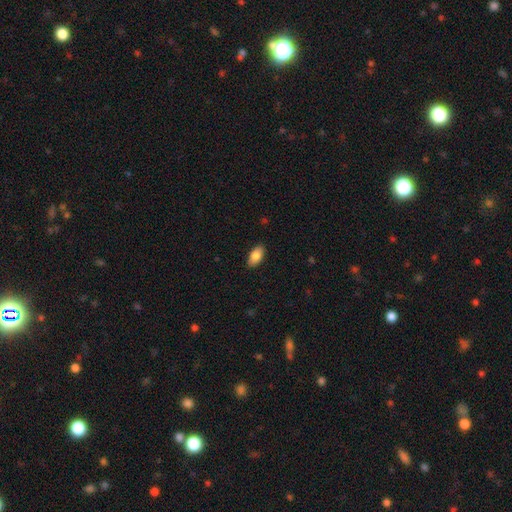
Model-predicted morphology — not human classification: type=smooth (84%); roundness=in between (92%); merging=none (88%).